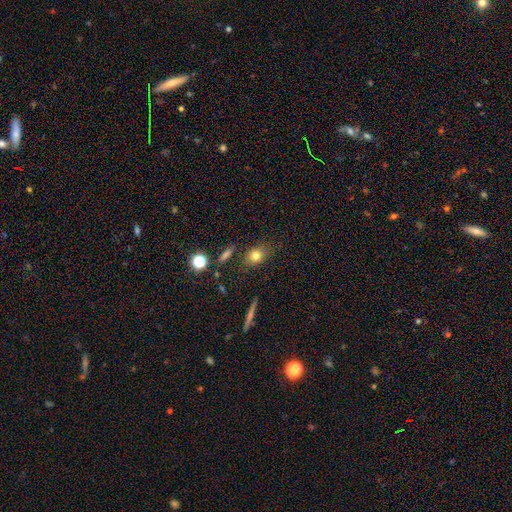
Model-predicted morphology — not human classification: smooth-or-featured: smooth: 77% | star or artifact: 12% | featured or disk: 11%
  how-rounded: in between: 52% | round: 44% | cigar-shaped: 3%
  merging: none: 78% | minor disturbance: 14% | major disturbance: 4% | merger: 3%